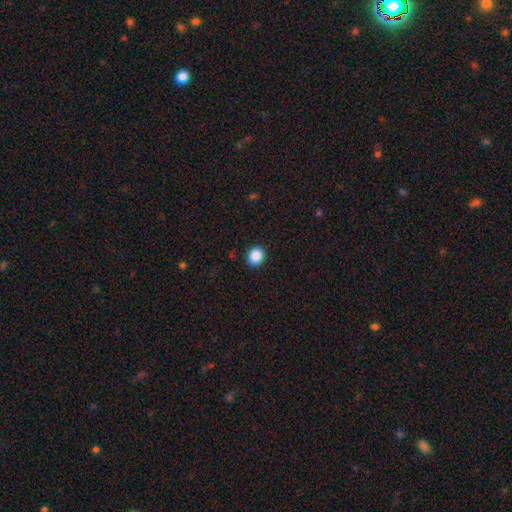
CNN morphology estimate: smooth 88%, star or artifact 9%, featured or disk 3%. Down the decision tree: how rounded — round (71%); merging — none (90%).